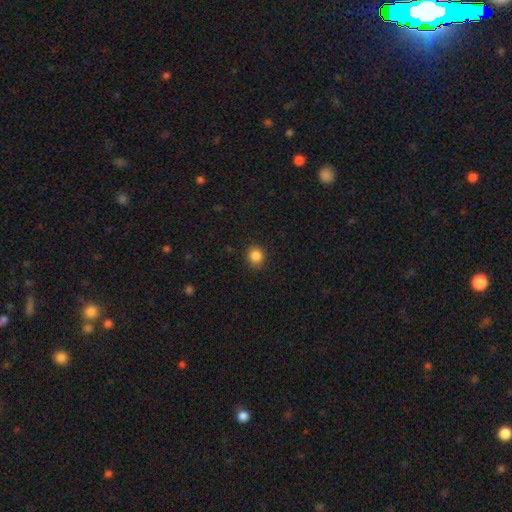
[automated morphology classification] smooth 86%, star or artifact 11%, featured or disk 3%. Down the decision tree: how rounded — round (83%); merging — none (87%).